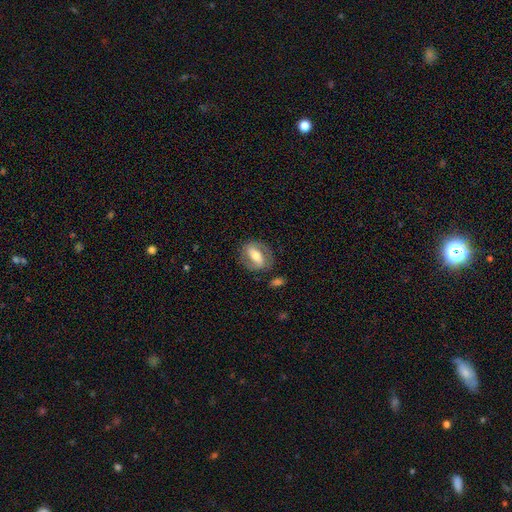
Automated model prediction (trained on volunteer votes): Smooth or featured? featured or disk (61%)
Edge-on disk? no (89%)
Bar? strong (55%)
Spiral arms? yes (63%)
Bulge size? moderate (67%)
Merging? none (76%)